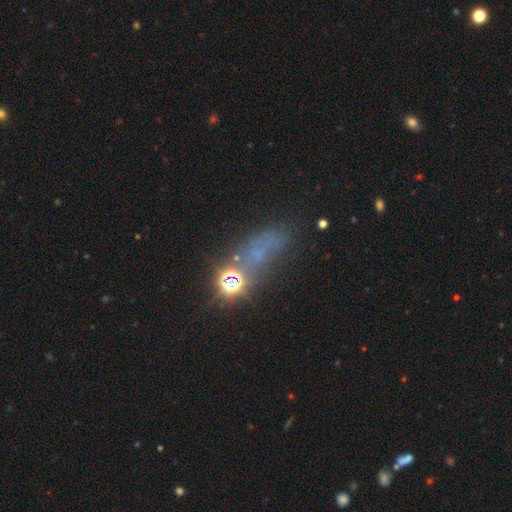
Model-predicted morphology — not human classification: star or artifact 46%, smooth 37%, featured or disk 17%.